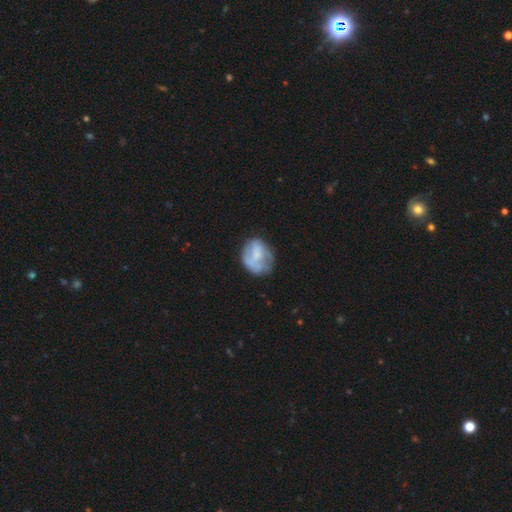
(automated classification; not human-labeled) Overall: smooth (46%, tied with featured or disk). Merging: none (54%; minor disturbance 27%).